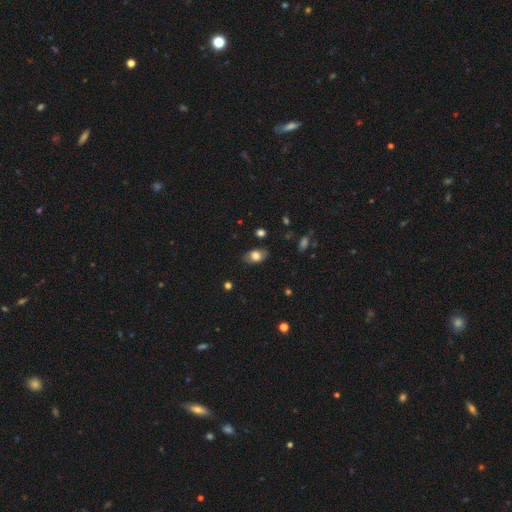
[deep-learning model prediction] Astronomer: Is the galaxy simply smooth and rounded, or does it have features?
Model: smooth — 77%.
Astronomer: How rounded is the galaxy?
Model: in between — 85%.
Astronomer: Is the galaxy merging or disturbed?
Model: none — 79%.